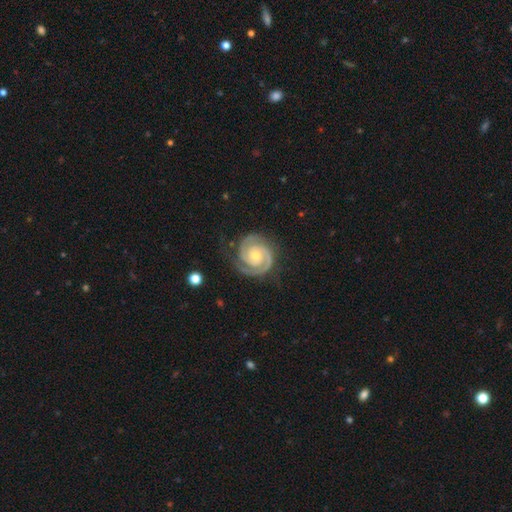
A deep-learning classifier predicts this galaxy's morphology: A featured or disk galaxy (93%) with no bar (70%), 2 (89%) tight (76%) spiral arms (99%) and a moderate central bulge (53%).

Vote fractions:
- Smooth or featured? featured or disk: 93% / star or artifact: 4% / smooth: 3%
- Edge-on disk? no: 98% / yes: 2%
- Bar? no: 70% / weak: 22% / strong: 8%
- Spiral arms? yes: 99% / no: 1%
- Spiral winding? tight: 76% / medium: 21% / loose: 2%
- Spiral arm count? 2: 89% / 3: 5% / can't tell: 2% / 1: 2% / 4: 1% / more than 4: 1%
- Bulge size? moderate: 53% / small: 43% / large: 2% / none: 1% / dominant: 1%
- Merging? none: 79% / minor disturbance: 15% / major disturbance: 4% / merger: 1%